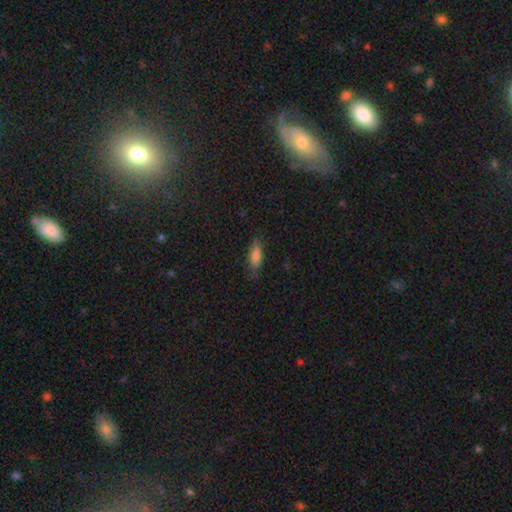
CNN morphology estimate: Overall: smooth (79%). How rounded: in between (68%; cigar-shaped 30%). Merging: none (78%).